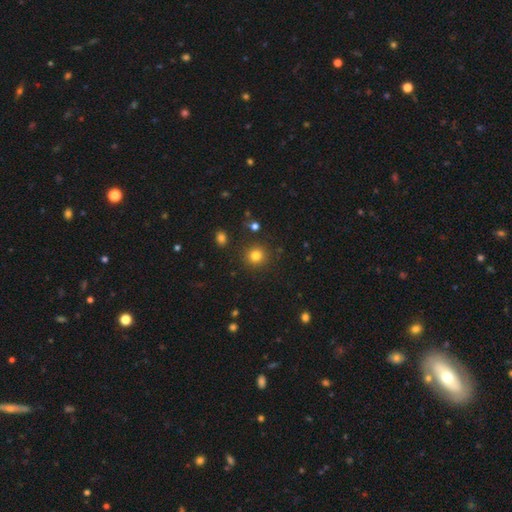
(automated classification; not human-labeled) smooth_or_featured: smooth (p=0.81) [alt: star or artifact p=0.13]
how_rounded: round (p=0.92) [alt: in between p=0.07]
merging: none (p=0.89) [alt: minor disturbance p=0.06]